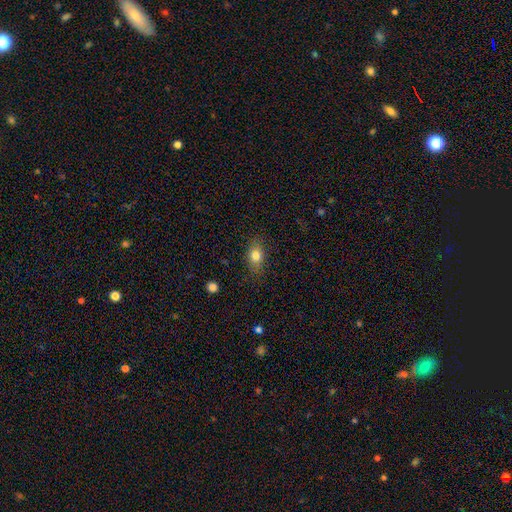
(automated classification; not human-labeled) Smooth or featured: smooth — 79% (featured or disk — 12%)
How rounded: in between — 77% (round — 19%)
Merging: none — 82% (minor disturbance — 13%)